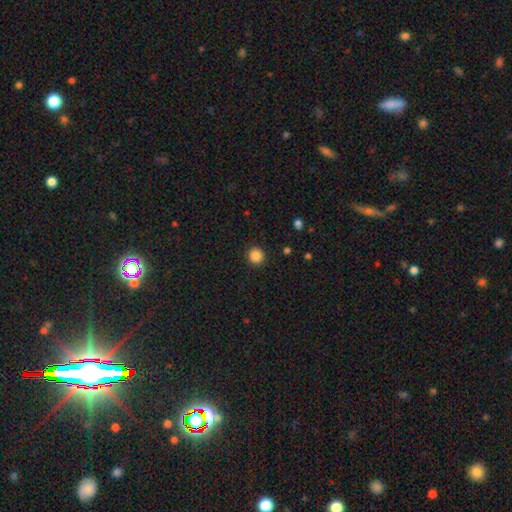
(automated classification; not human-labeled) Smooth or featured? Predicted: smooth (p=0.86). How rounded? Predicted: round (p=0.93). Merging? Predicted: none (p=0.92).